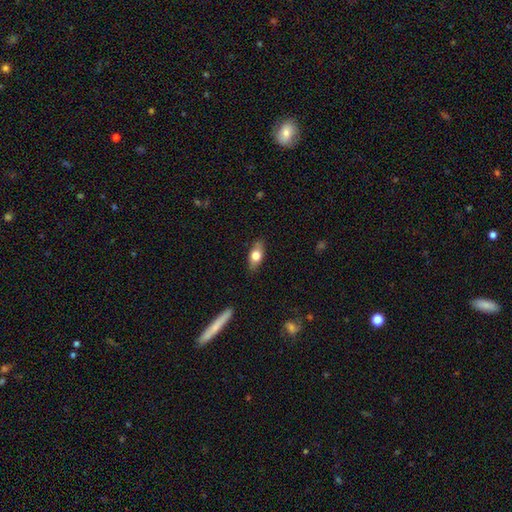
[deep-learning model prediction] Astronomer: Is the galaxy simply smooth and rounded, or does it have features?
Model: smooth — 66%.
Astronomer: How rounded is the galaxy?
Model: in between — 76%.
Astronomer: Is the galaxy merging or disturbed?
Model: none — 84%.